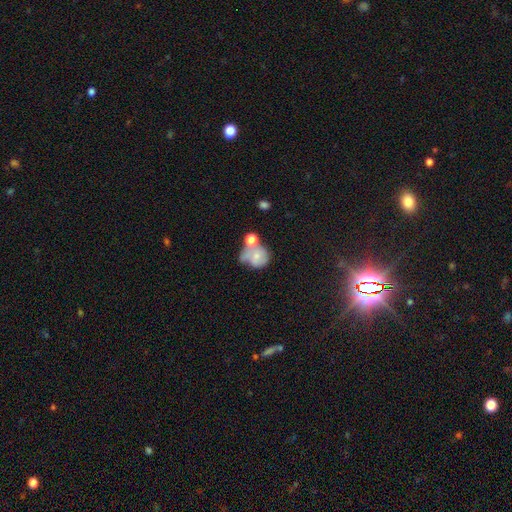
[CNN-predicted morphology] smooth-or-featured: smooth: 62% | featured or disk: 27% | star or artifact: 11%
  how-rounded: round: 68% | in between: 31% | cigar-shaped: 1%
  merging: merger: 34% | none: 28% | minor disturbance: 21% | major disturbance: 17%